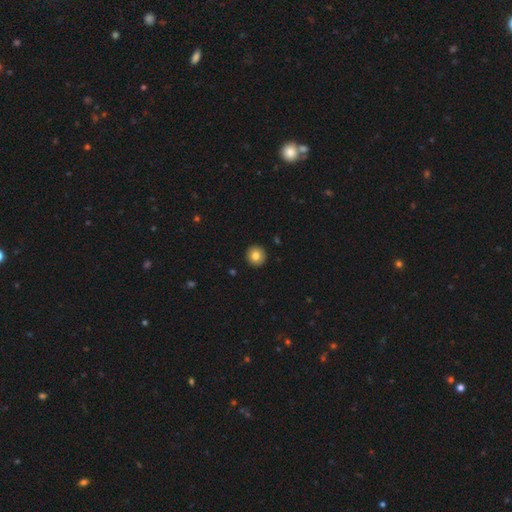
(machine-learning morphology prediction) Smooth or featured? smooth (81%)
How rounded? round (95%)
Merging? none (93%)